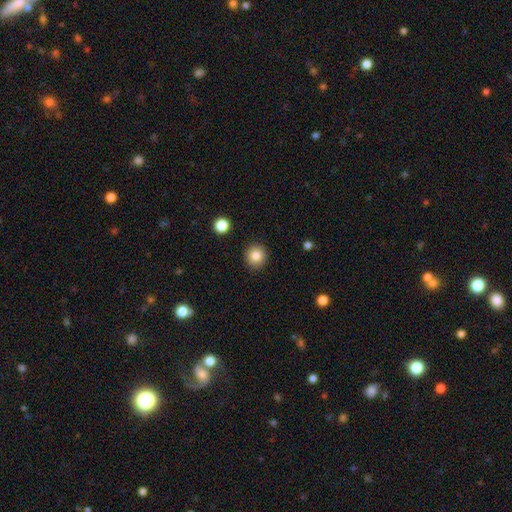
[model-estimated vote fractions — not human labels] Smooth or featured: smooth — 84% (star or artifact — 10%)
How rounded: round — 89% (in between — 10%)
Merging: none — 91% (minor disturbance — 6%)